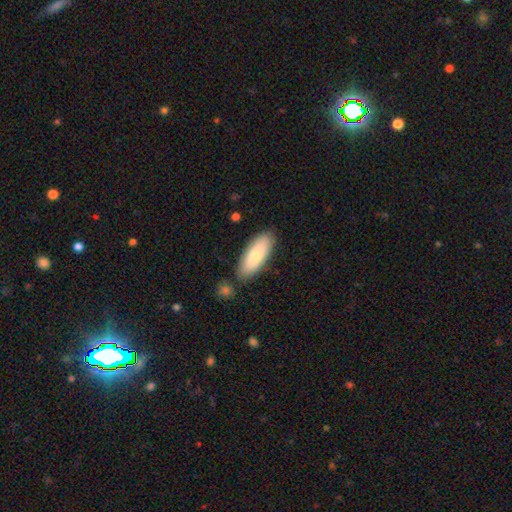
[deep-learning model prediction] smooth-or-featured: smooth: 75% | featured or disk: 19% | star or artifact: 6%
  how-rounded: in between: 77% | cigar-shaped: 21% | round: 2%
  merging: none: 80% | minor disturbance: 12% | merger: 5% | major disturbance: 3%